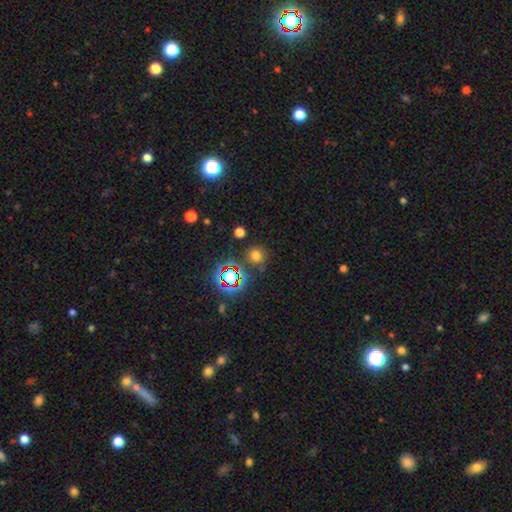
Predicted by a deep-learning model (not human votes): Overall: smooth (64%; star or artifact 29%). How rounded: round (87%). Merging: none (79%).